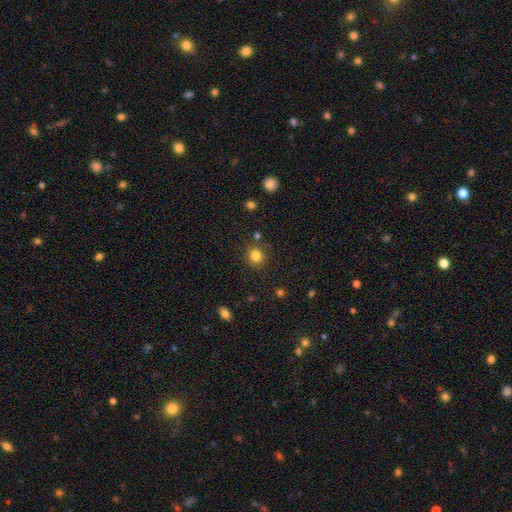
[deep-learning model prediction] Smooth or featured?
  - smooth: 83% *
  - star or artifact: 12%
  - featured or disk: 5%
How rounded?
  - round: 81% *
  - in between: 18%
  - cigar-shaped: 1%
Merging?
  - none: 81% *
  - minor disturbance: 10%
  - merger: 4%
  - major disturbance: 4%